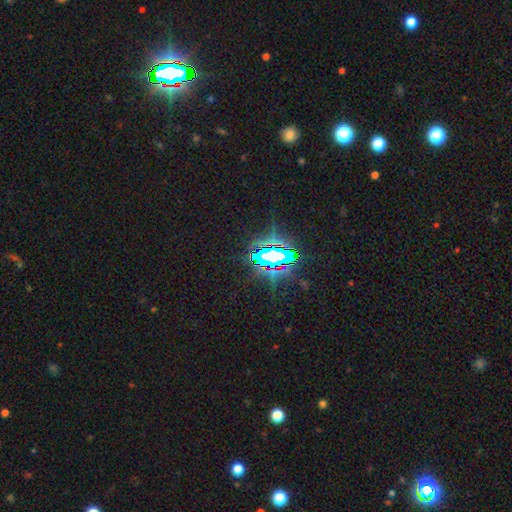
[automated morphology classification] star or artifact 79%, smooth 11%, featured or disk 10%.